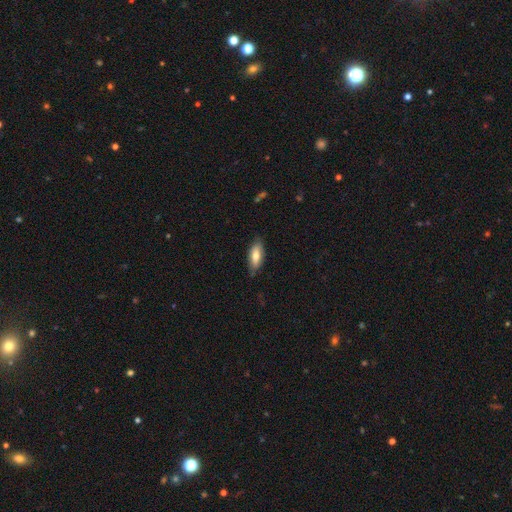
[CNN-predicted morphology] Overall: smooth (74%). How rounded: in between (78%). Merging: none (80%).